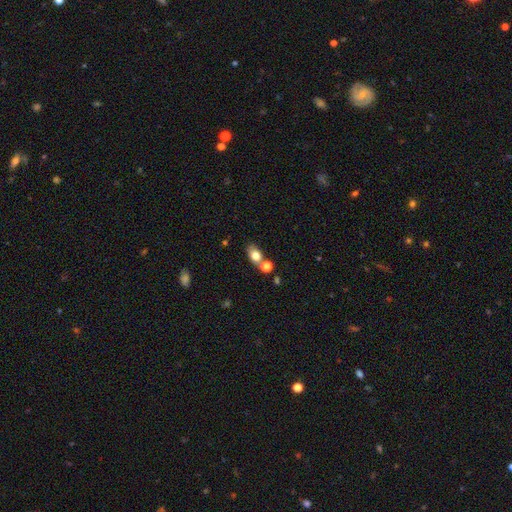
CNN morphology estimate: Q: Smooth or featured?
A: smooth (76%); runner-up: featured or disk (14%)
Q: How rounded?
A: in between (79%); runner-up: round (19%)
Q: Merging?
A: none (59%); runner-up: merger (24%)